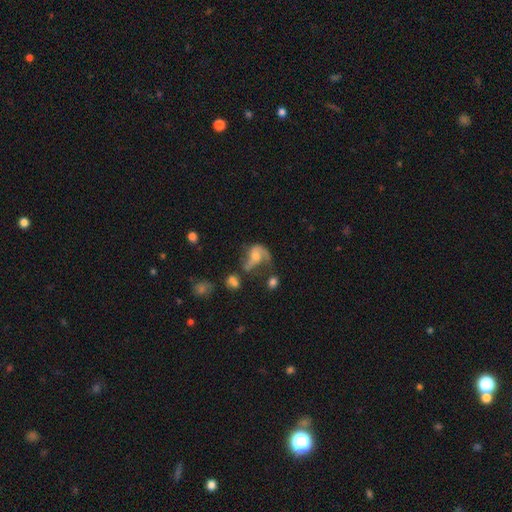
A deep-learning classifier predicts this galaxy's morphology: Q: Smooth or featured?
A: featured or disk (70%); runner-up: smooth (21%)
Q: Edge-on disk?
A: no (96%); runner-up: yes (4%)
Q: Bar?
A: no (58%); runner-up: weak (32%)
Q: Spiral arms?
A: yes (84%); runner-up: no (16%)
Q: Spiral winding?
A: loose (59%); runner-up: medium (32%)
Q: Spiral arm count?
A: 2 (67%); runner-up: 1 (21%)
Q: Bulge size?
A: moderate (50%); runner-up: small (33%)
Q: Merging?
A: major disturbance (35%); runner-up: none (30%)